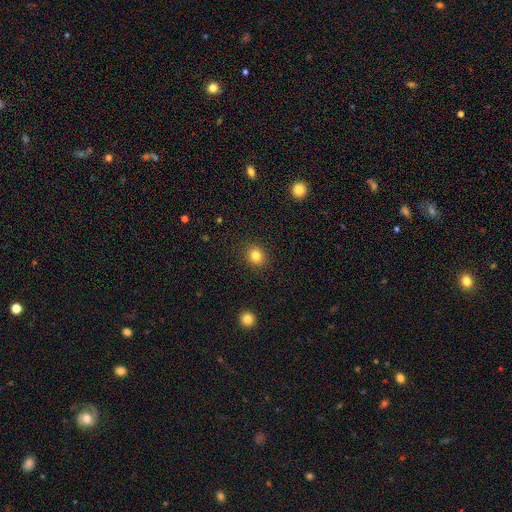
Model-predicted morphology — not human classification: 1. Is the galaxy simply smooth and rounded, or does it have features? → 82% smooth, 12% star or artifact, 6% featured or disk.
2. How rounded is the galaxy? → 70% round, 29% in between, 1% cigar-shaped.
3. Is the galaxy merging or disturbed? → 90% none, 7% minor disturbance, 2% major disturbance, 1% merger.